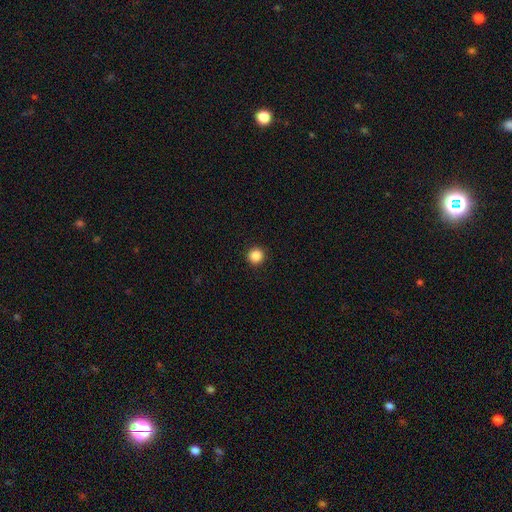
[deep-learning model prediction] smooth-or-featured: smooth: 87% | star or artifact: 10% | featured or disk: 3%
  how-rounded: round: 96% | in between: 4% | cigar-shaped: 1%
  merging: none: 93% | minor disturbance: 4% | major disturbance: 2% | merger: 1%